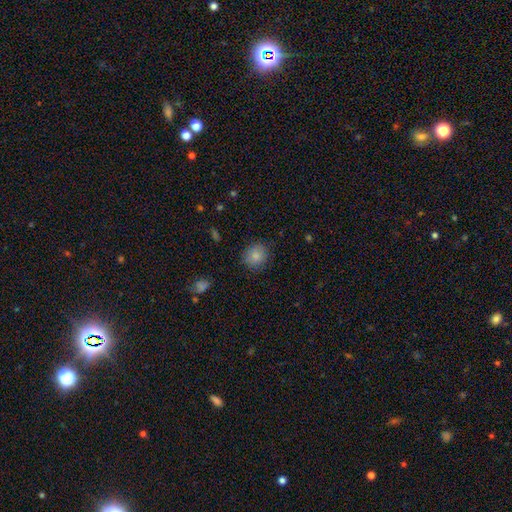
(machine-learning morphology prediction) This appears to be a smooth galaxy with no disk features (85%) that is round (79%). Merging: none (85%).